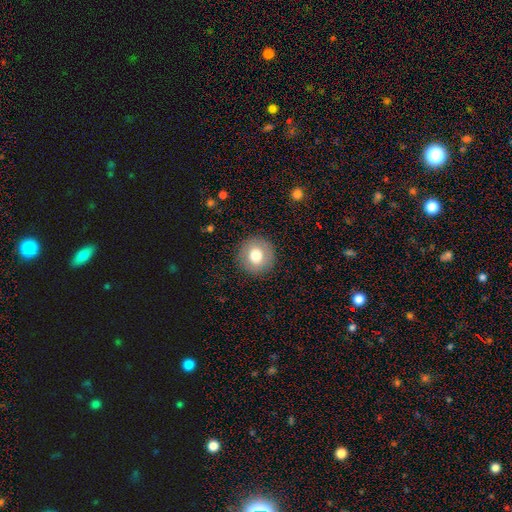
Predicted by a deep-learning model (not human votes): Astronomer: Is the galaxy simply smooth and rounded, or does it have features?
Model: smooth — 74%.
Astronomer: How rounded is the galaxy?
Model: round — 94%.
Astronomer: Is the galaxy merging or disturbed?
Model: none — 90%.